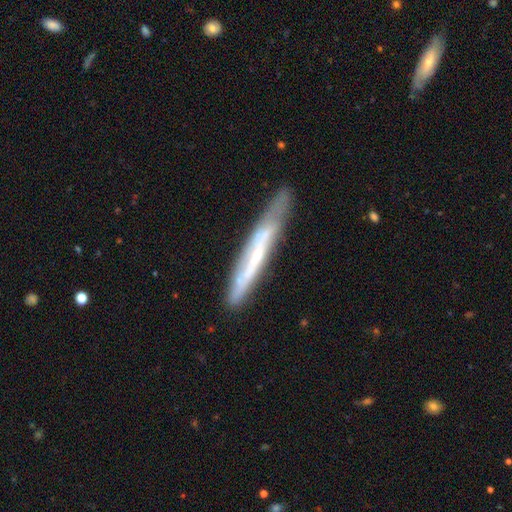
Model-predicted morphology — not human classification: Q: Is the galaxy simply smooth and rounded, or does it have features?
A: featured or disk — 62%.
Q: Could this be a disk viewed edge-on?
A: yes — 76%.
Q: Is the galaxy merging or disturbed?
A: none — 72%.